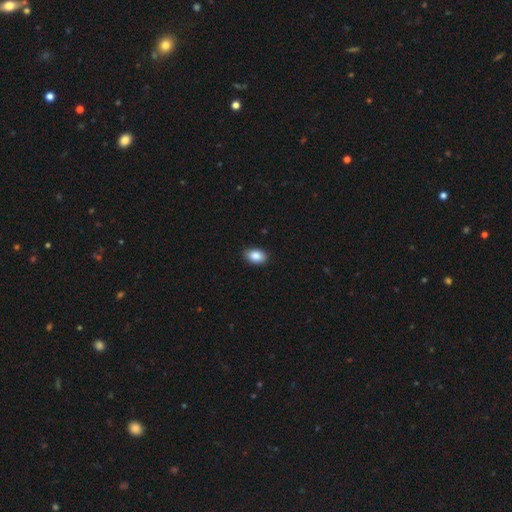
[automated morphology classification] A smooth galaxy with no disk features (88%) that is in between round and cigar-shaped (87%). Merging: none (89%).